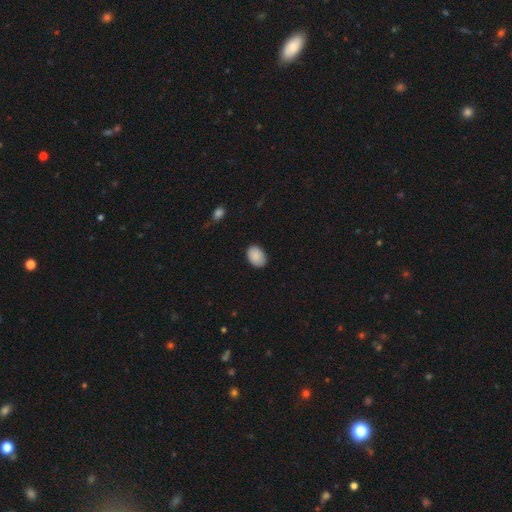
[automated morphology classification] This appears to be a smooth galaxy with no disk features (89%) that is in between round and cigar-shaped (85%). Merging: none (86%).